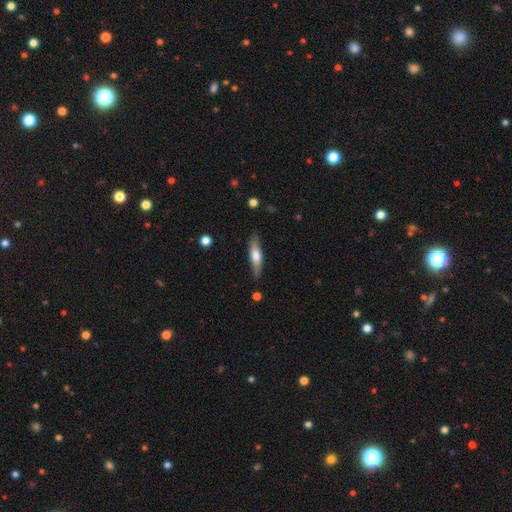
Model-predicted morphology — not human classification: smooth 54%, featured or disk 40%, star or artifact 6%. Down the decision tree: how rounded — cigar-shaped (71%); merging — none (83%).